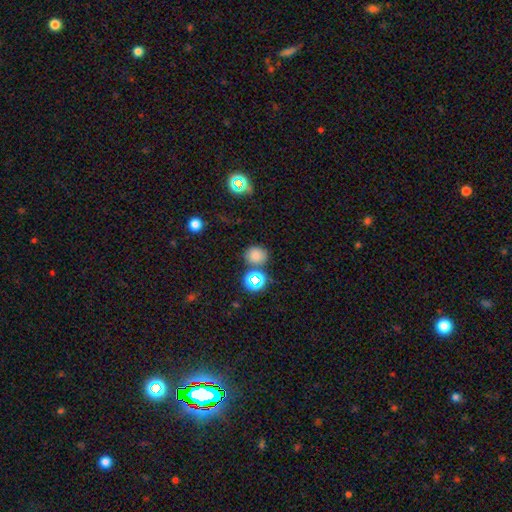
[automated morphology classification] A smooth galaxy with no disk features (74%) that is round (75%). Merging: none (75%).